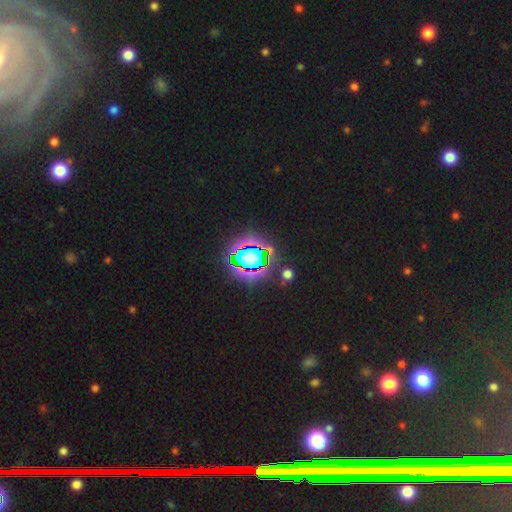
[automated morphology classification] Overall: star or artifact (74%).